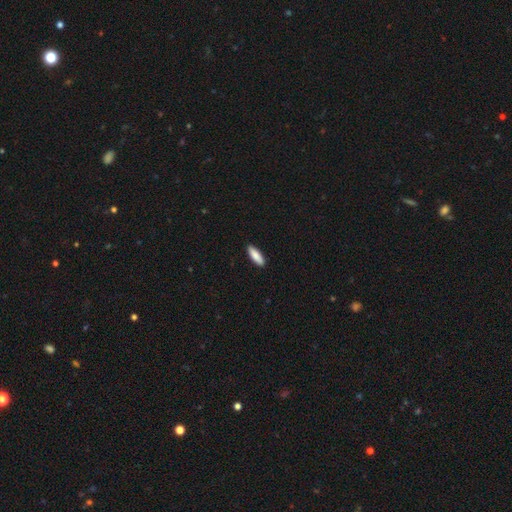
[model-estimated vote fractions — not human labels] Smooth or featured: smooth — 86% (featured or disk — 8%)
How rounded: cigar-shaped — 49% (tied with in between — 49%)
Merging: none — 90% (minor disturbance — 7%)